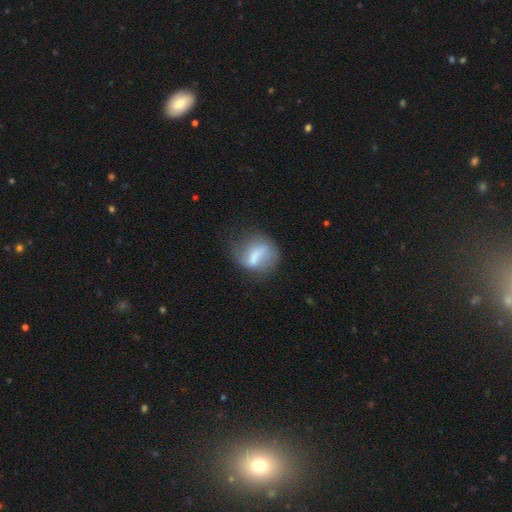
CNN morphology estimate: Smooth or featured?
  - smooth: 53% *
  - featured or disk: 38%
  - star or artifact: 9%
How rounded?
  - round: 58% *
  - in between: 38%
  - cigar-shaped: 4%
Merging?
  - none: 49% *
  - minor disturbance: 25%
  - major disturbance: 20%
  - merger: 6%